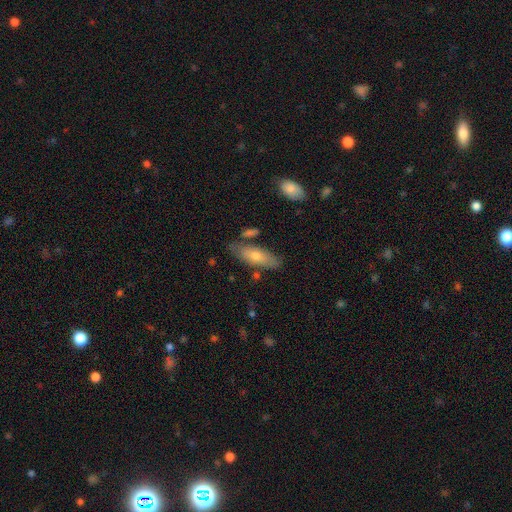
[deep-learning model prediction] smooth_or_featured: smooth (p=0.62) [alt: featured or disk p=0.32]
how_rounded: in between (p=0.61) [alt: cigar-shaped p=0.37]
merging: none (p=0.74) [alt: minor disturbance p=0.16]